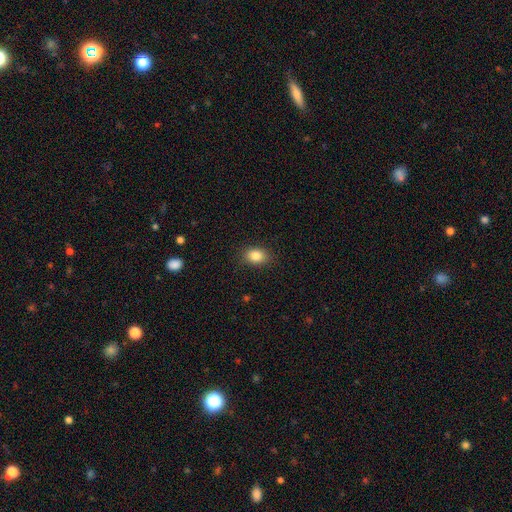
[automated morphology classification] smooth_or_featured: smooth (p=0.85) [alt: star or artifact p=0.09]
how_rounded: in between (p=0.76) [alt: round p=0.23]
merging: none (p=0.87) [alt: minor disturbance p=0.10]